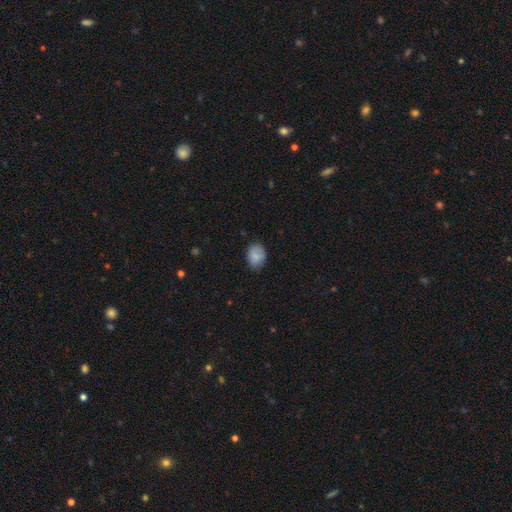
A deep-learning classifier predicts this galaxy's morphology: Overall: smooth (85%). How rounded: in between (71%). Merging: none (76%).